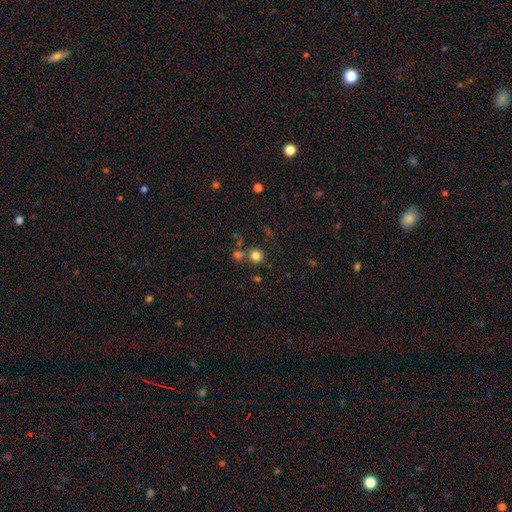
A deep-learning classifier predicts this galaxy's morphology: This appears to be a smooth galaxy with no disk features (80%) that is round (90%). Merging: none (69%).